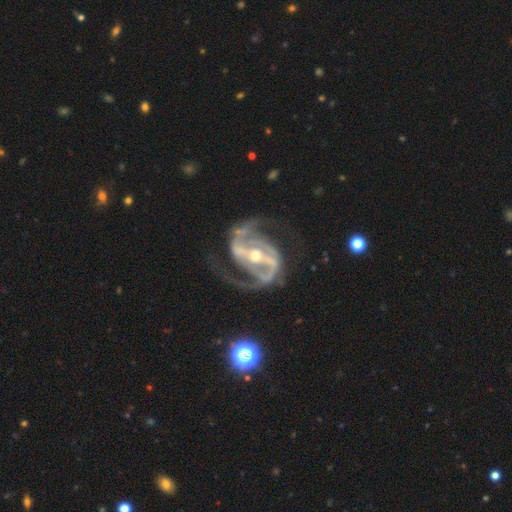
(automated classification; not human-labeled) A featured or disk galaxy (93%) with a strong bar (67%), 2 (88%) medium (59%) spiral arms (98%) and a moderate central bulge (57%).

Vote fractions:
- Smooth or featured? featured or disk: 93% / star or artifact: 4% / smooth: 3%
- Edge-on disk? no: 97% / yes: 3%
- Bar? strong: 67% / weak: 24% / no: 9%
- Spiral arms? yes: 98% / no: 2%
- Spiral winding? medium: 59% / loose: 21% / tight: 20%
- Spiral arm count? 2: 88% / 3: 4% / can't tell: 3% / 1: 2% / 4: 2% / more than 4: 1%
- Bulge size? moderate: 57% / small: 38% / large: 3% / none: 1% / dominant: 1%
- Merging? none: 68% / minor disturbance: 16% / major disturbance: 14% / merger: 2%